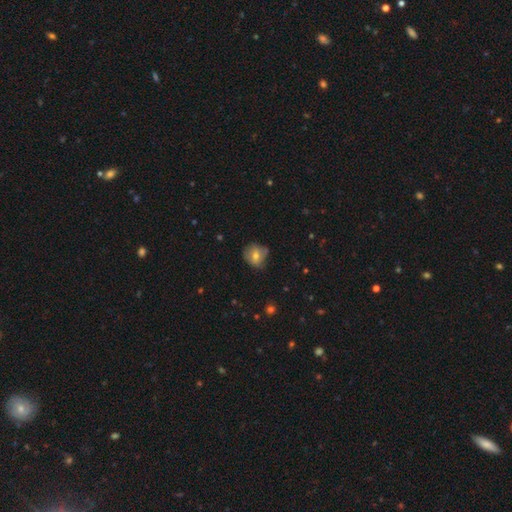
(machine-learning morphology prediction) Overall: smooth (62%; featured or disk 29%). How rounded: round (72%). Merging: none (61%; minor disturbance 29%).